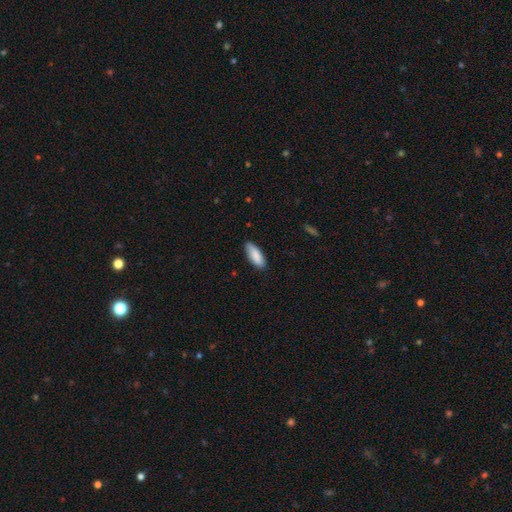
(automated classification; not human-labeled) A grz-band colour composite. It shows a smooth galaxy with no disk features (88%) that is in between round and cigar-shaped (69%). Merging: none (84%).